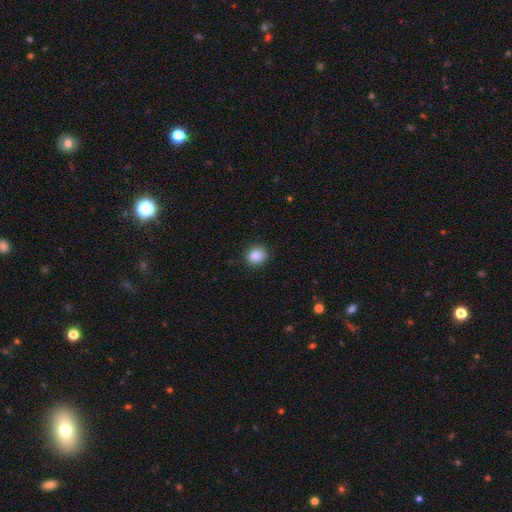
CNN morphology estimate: Overall: smooth (88%). How rounded: round (74%). Merging: none (88%).